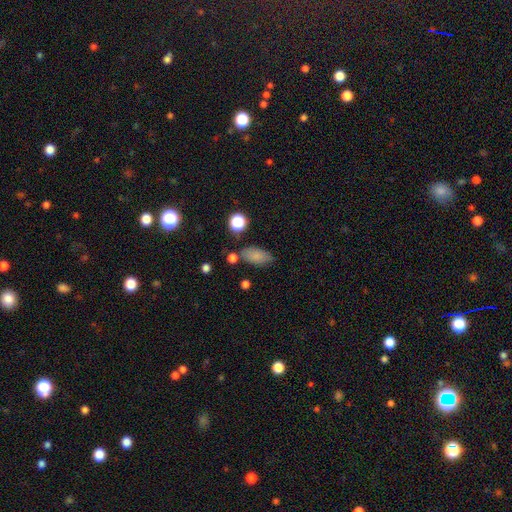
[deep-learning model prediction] Smooth or featured? smooth (81%)
How rounded? in between (89%)
Merging? none (71%)